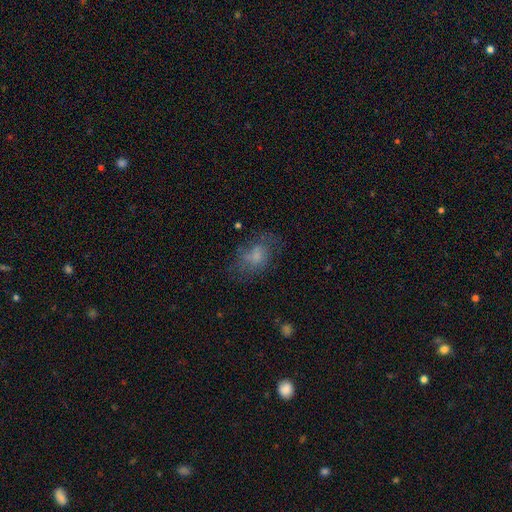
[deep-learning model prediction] A smooth galaxy with no disk features (61%) that is in between round and cigar-shaped (77%). Merging: none (52%).